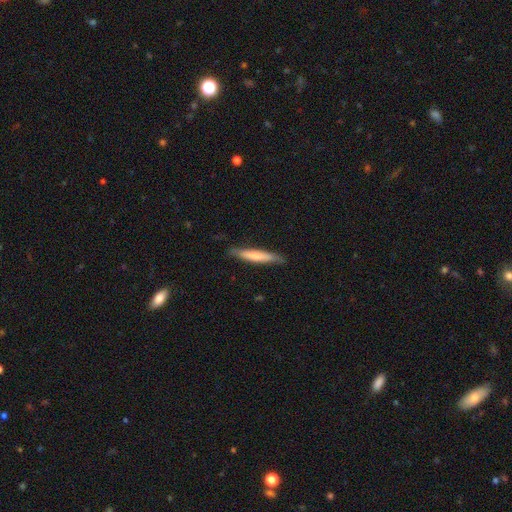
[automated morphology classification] Smooth or featured: smooth — 65% (featured or disk — 30%)
How rounded: cigar-shaped — 93% (in between — 6%)
Merging: none — 83% (minor disturbance — 14%)